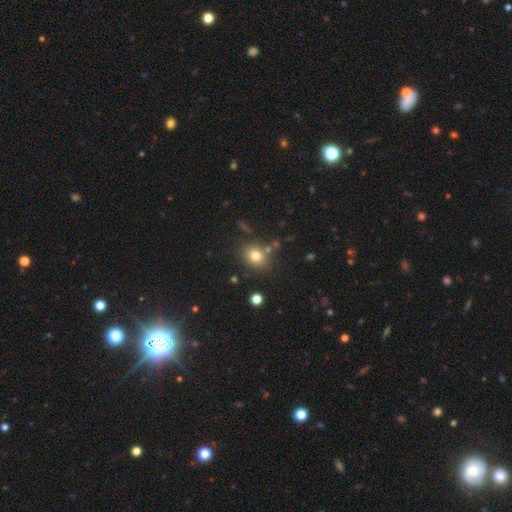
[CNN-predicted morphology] This appears to be a smooth galaxy with no disk features (77%) that is round (70%). Merging: none (78%).